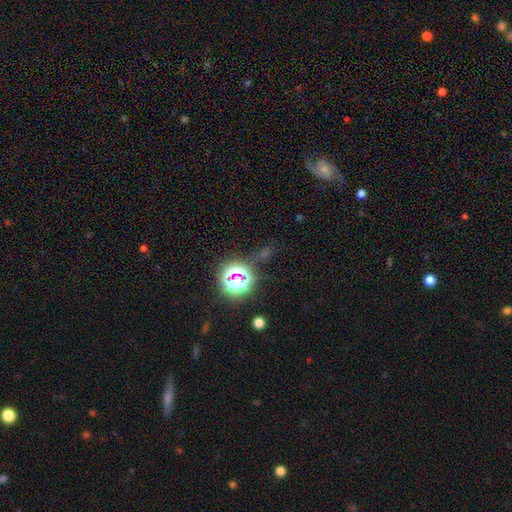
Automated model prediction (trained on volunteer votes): Q: Smooth or featured?
A: star or artifact (66%); runner-up: smooth (25%)